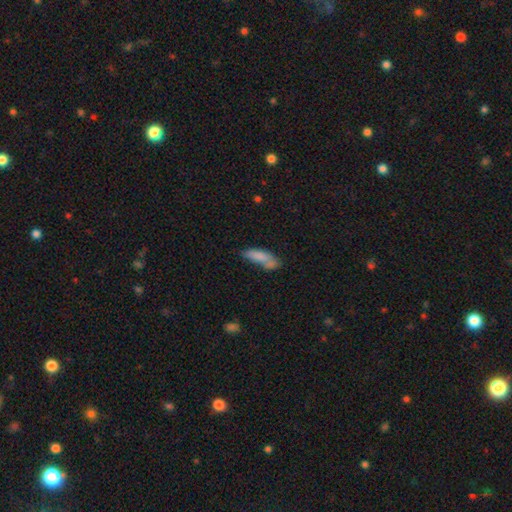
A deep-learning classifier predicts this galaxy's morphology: Smooth or featured: smooth — 74% (featured or disk — 16%)
How rounded: cigar-shaped — 52% (in between — 46%)
Merging: none — 48% (minor disturbance — 25%)